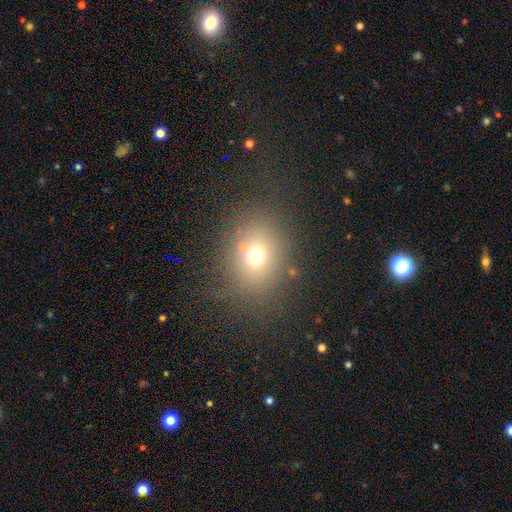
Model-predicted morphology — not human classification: smooth 66%, star or artifact 19%, featured or disk 14%. Down the decision tree: how rounded — round (56%); merging — none (70%).